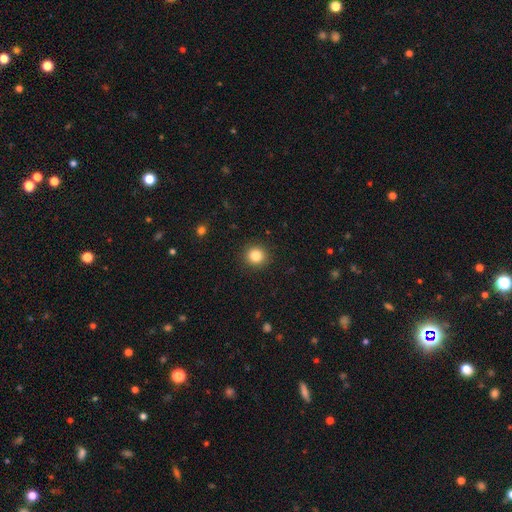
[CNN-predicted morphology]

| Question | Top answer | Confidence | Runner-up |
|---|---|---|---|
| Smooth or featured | smooth | 84% | star or artifact (11%) |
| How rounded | round | 93% | in between (6%) |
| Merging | none | 92% | minor disturbance (5%) |